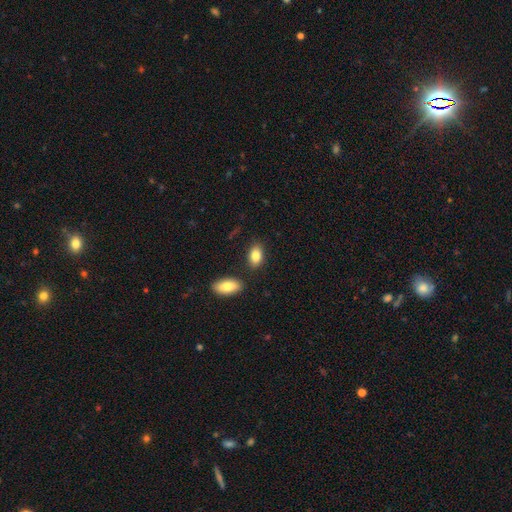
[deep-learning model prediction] smooth_or_featured: smooth (p=0.84) [alt: featured or disk p=0.09]
how_rounded: in between (p=0.91) [alt: round p=0.06]
merging: none (p=0.79) [alt: minor disturbance p=0.11]